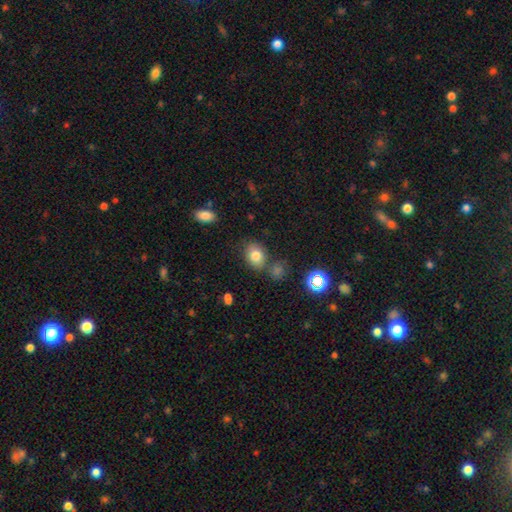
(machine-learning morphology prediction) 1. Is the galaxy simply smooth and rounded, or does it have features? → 80% smooth, 11% star or artifact, 9% featured or disk.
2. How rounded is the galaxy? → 61% in between, 38% round, 1% cigar-shaped.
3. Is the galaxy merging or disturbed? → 69% none, 15% minor disturbance, 12% merger, 5% major disturbance.